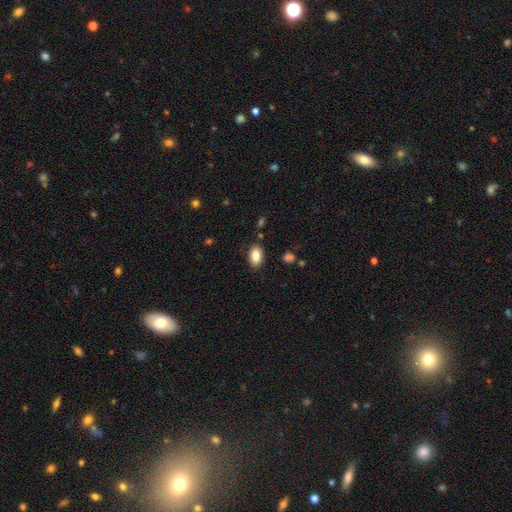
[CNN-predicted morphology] Smooth or featured?
  - smooth: 86% *
  - star or artifact: 8%
  - featured or disk: 7%
How rounded?
  - in between: 92% *
  - round: 6%
  - cigar-shaped: 2%
Merging?
  - none: 86% *
  - minor disturbance: 9%
  - major disturbance: 2%
  - merger: 2%